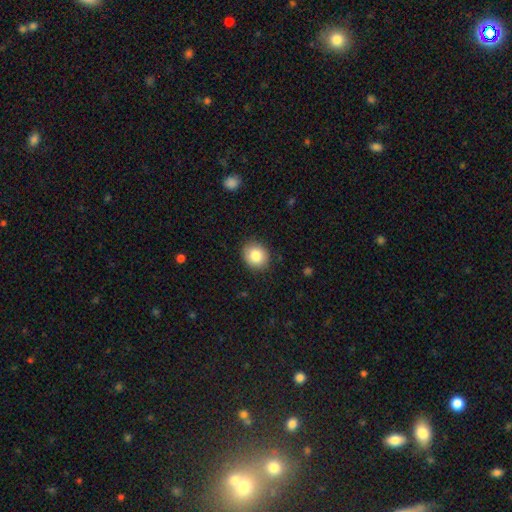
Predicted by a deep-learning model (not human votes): This appears to be a smooth galaxy with no disk features (84%) that is round (67%). Merging: none (87%).